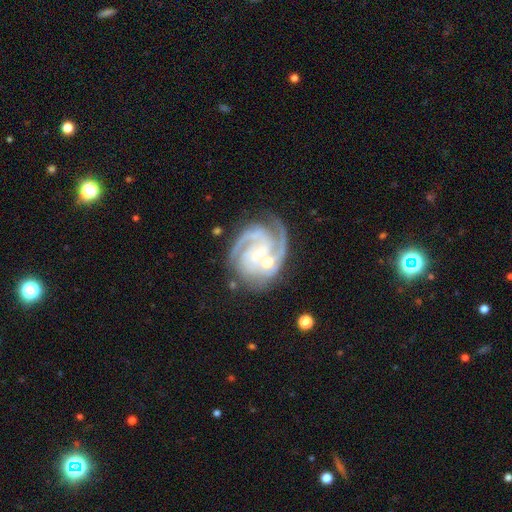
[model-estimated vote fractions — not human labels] This is clearly a featured or disk galaxy (88%). It is clearly not viewed edge-on (98%). Bar: possibly no (50%). Spiral arm pattern: clearly yes (98%). Spiral arm count: marginally 3 (44%). Spiral winding: likely tight (62%). Central bulge: likely small (64%). Merging: possibly none (55%).